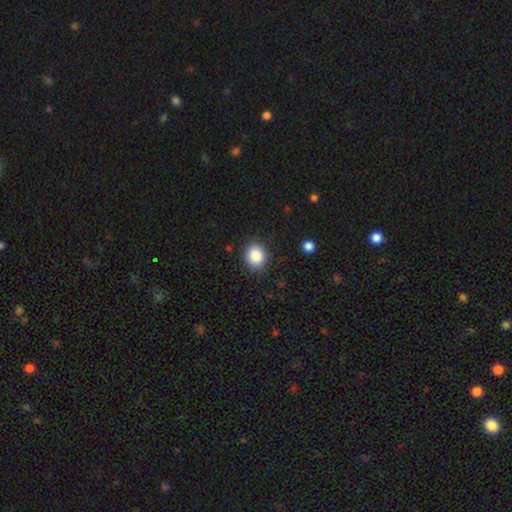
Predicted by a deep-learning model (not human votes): This is clearly a smooth galaxy (87%). How rounded: likely round (61%). Merging: clearly none (87%).